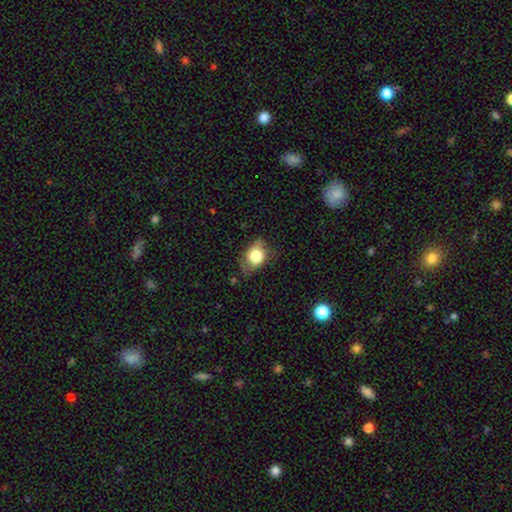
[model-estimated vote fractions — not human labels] The model was most divided on "merging": none: 60%, minor disturbance: 29%, major disturbance: 10%, merger: 2%. More confident: smooth or featured — smooth (70%); how rounded — in between (69%).